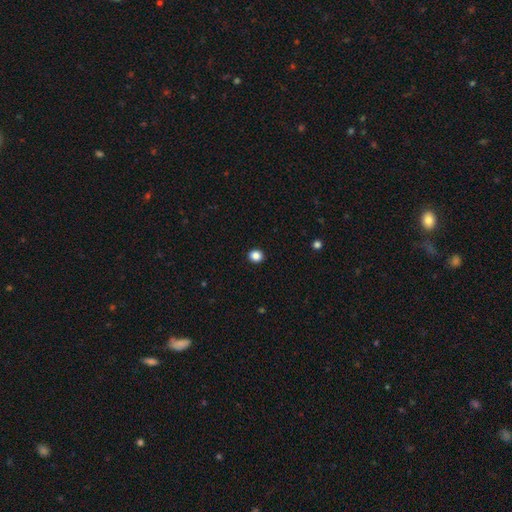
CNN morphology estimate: The model was most divided on "how rounded": round: 81%, in between: 18%, cigar-shaped: 1%. More confident: merging — none (93%); smooth or featured — smooth (86%).